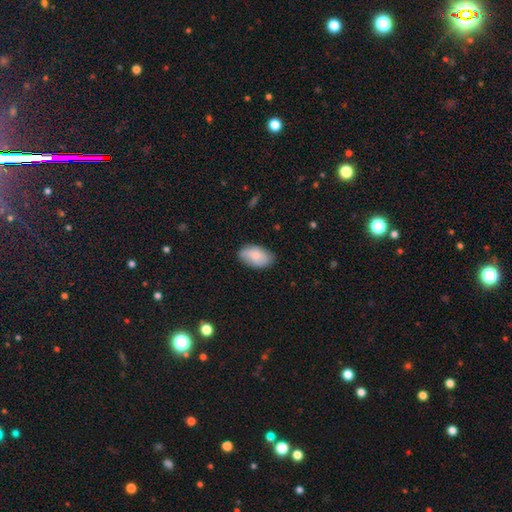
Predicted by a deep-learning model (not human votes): Overall: smooth (76%). How rounded: in between (93%). Merging: none (79%).